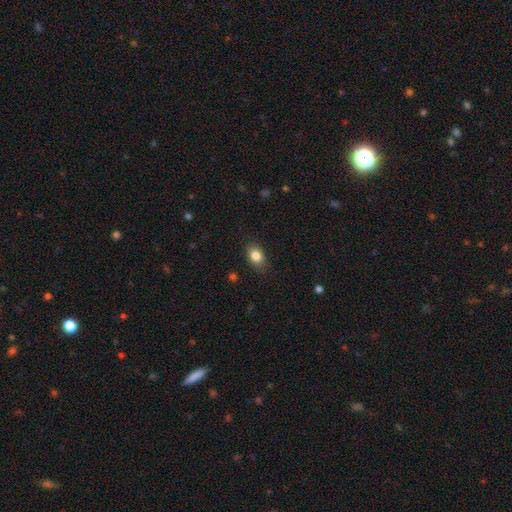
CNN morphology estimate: Q: Smooth or featured?
A: smooth (84%); runner-up: star or artifact (8%)
Q: How rounded?
A: in between (81%); runner-up: round (18%)
Q: Merging?
A: none (84%); runner-up: minor disturbance (13%)